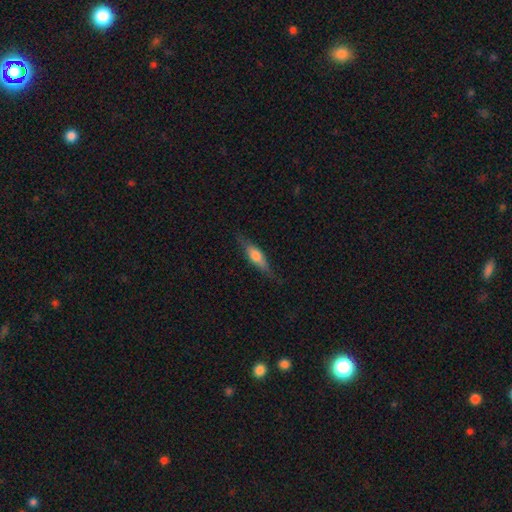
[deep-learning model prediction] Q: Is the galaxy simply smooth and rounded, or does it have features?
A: smooth — 57%.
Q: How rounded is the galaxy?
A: cigar-shaped — 56%.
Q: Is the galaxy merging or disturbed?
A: none — 77%.